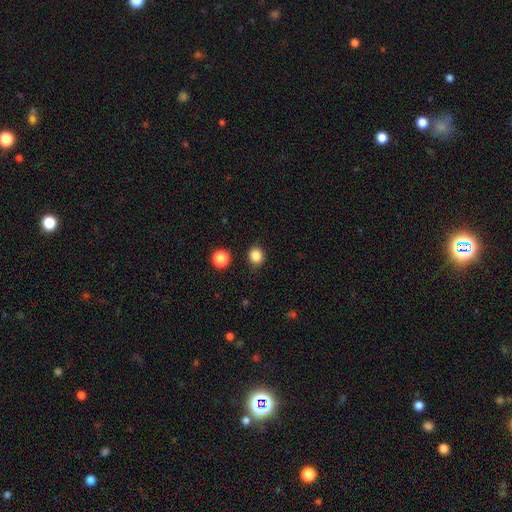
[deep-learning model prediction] Overall: smooth (85%). How rounded: round (83%). Merging: none (87%).